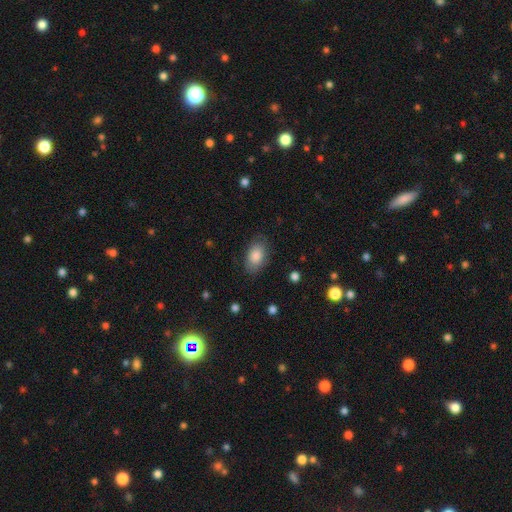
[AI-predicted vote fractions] smooth_or_featured: smooth (p=0.84) [alt: featured or disk p=0.09]
how_rounded: in between (p=0.90) [alt: round p=0.08]
merging: none (p=0.80) [alt: minor disturbance p=0.14]